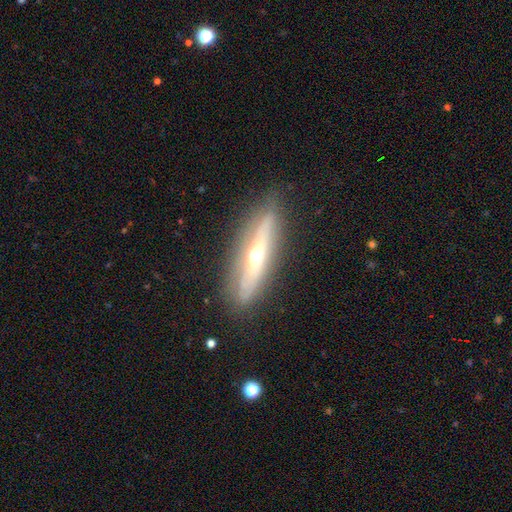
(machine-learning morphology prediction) Smooth or featured? Predicted: featured or disk (p=0.70). Edge-on disk? Predicted: yes (p=0.82). Edge-on bulge? Predicted: rounded (p=0.88). Merging? Predicted: none (p=0.83).